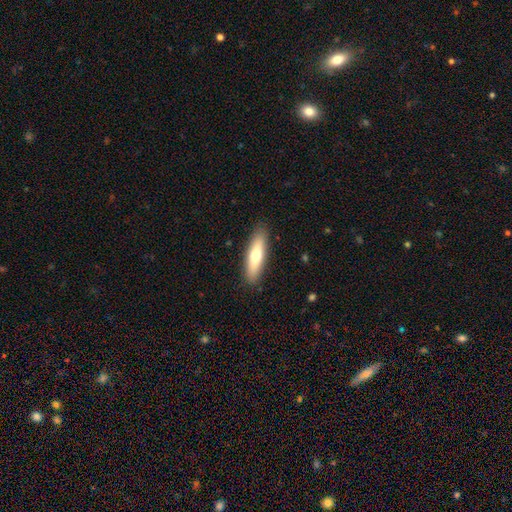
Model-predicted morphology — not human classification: The model was most divided on "how rounded": cigar-shaped: 65%, in between: 34%, round: 2%. More confident: merging — none (89%); smooth or featured — smooth (67%).